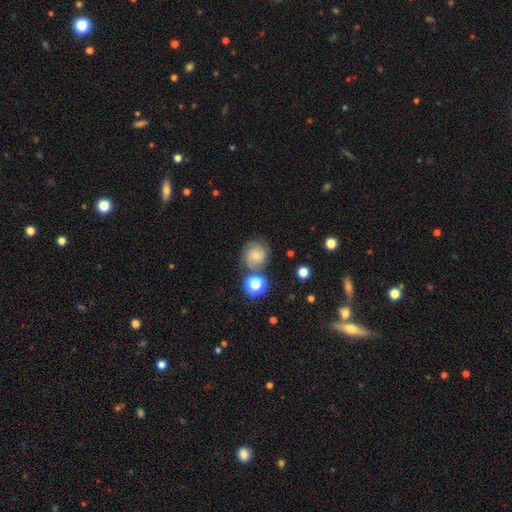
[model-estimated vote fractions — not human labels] Overall: smooth (48%; featured or disk 38%). Merging: none (68%).